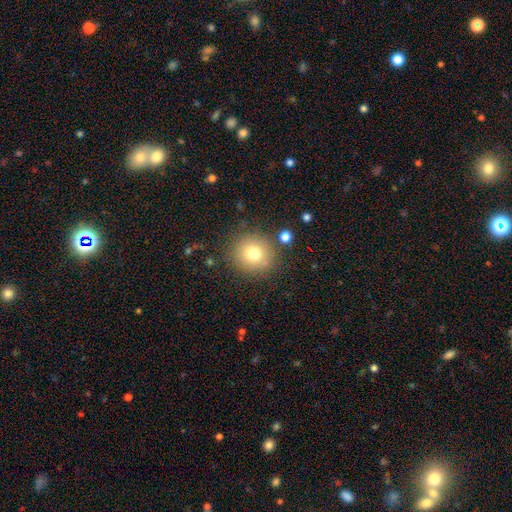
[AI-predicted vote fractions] This appears to be a smooth galaxy with no disk features (76%) that is round (89%). Merging: none (83%).